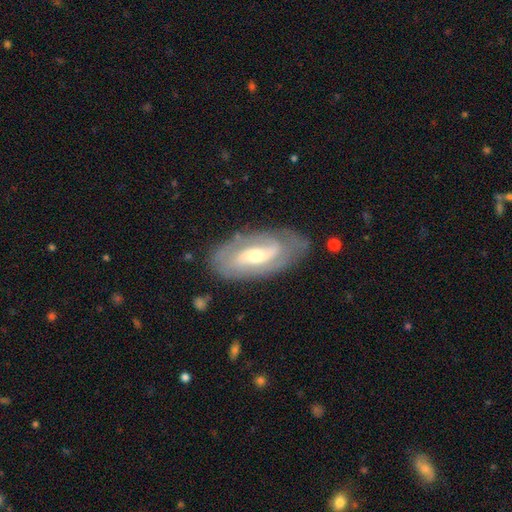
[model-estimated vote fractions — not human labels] Smooth or featured? featured or disk (78%)
Edge-on disk? no (93%)
Bar? weak (45%)
Spiral arms? yes (86%)
Spiral winding? medium (41%)
Spiral arm count? 2 (69%)
Bulge size? moderate (61%)
Merging? none (76%)